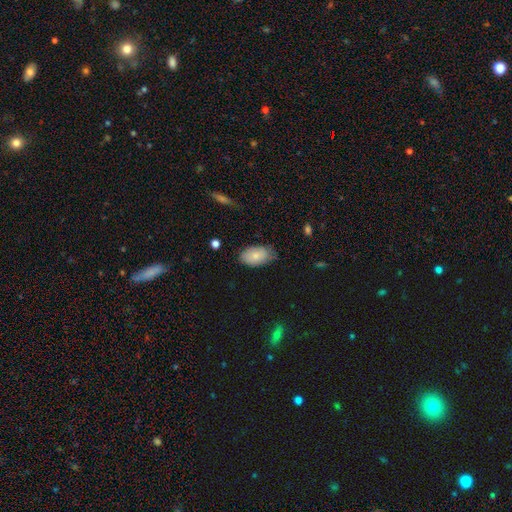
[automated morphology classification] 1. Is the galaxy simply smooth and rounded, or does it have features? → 79% smooth, 14% featured or disk, 6% star or artifact.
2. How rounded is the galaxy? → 94% in between, 5% round, 2% cigar-shaped.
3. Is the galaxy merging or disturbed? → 69% none, 25% minor disturbance, 4% major disturbance, 1% merger.